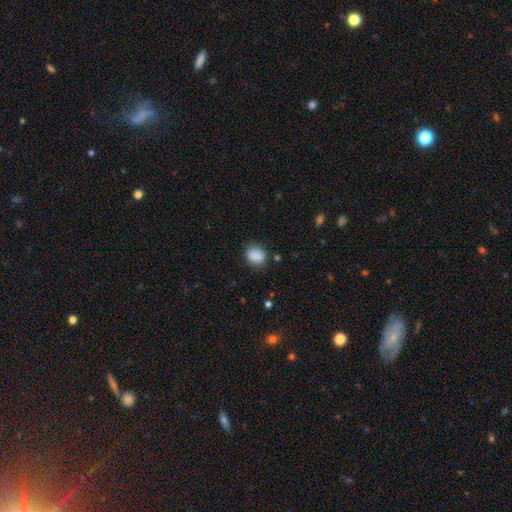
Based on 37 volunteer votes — smooth_or_featured: smooth (p=0.89) [alt: featured or disk p=0.08]
how_rounded: round (p=0.67) [alt: in between p=0.33]
merging: none (p=0.78) [alt: minor disturbance p=0.14]